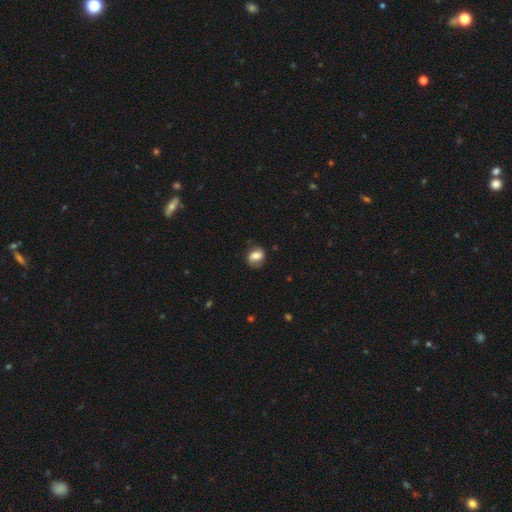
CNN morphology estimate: Q: Smooth or featured?
A: smooth (66%); runner-up: featured or disk (25%)
Q: How rounded?
A: in between (57%); runner-up: round (41%)
Q: Merging?
A: none (71%); runner-up: minor disturbance (20%)